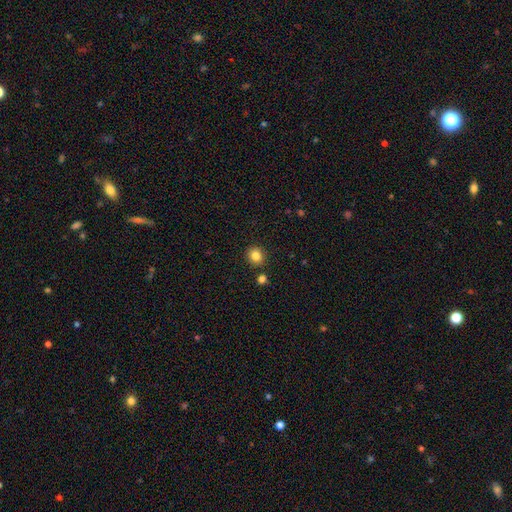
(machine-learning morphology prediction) This is clearly a smooth galaxy (84%). How rounded: clearly round (83%). Merging: clearly none (86%).